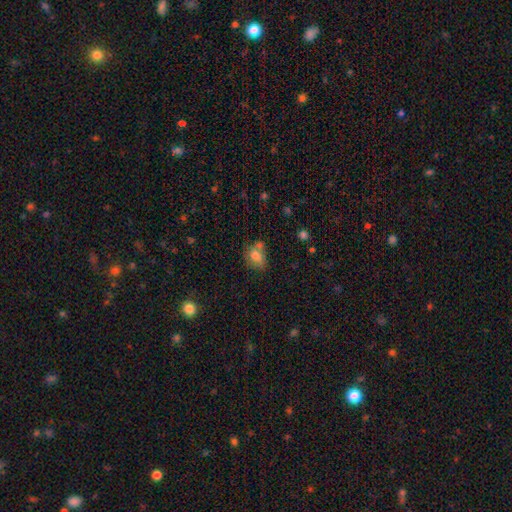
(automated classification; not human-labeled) Smooth or featured? Predicted: smooth (p=0.74). How rounded? Predicted: in between (p=0.60). Merging? Predicted: none (p=0.48).